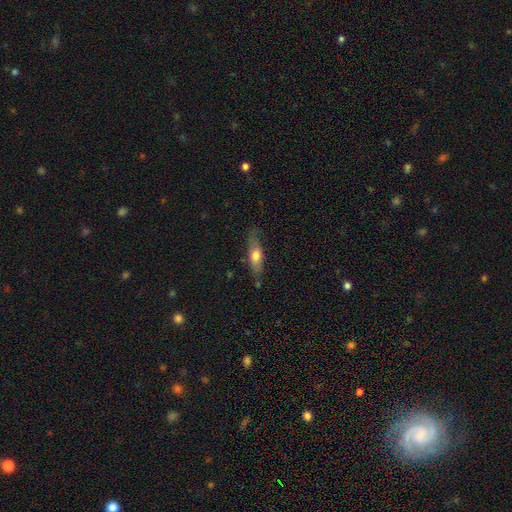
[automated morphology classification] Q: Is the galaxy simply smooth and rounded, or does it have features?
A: smooth — 58%.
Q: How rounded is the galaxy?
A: cigar-shaped — 56%.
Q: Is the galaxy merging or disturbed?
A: none — 74%.